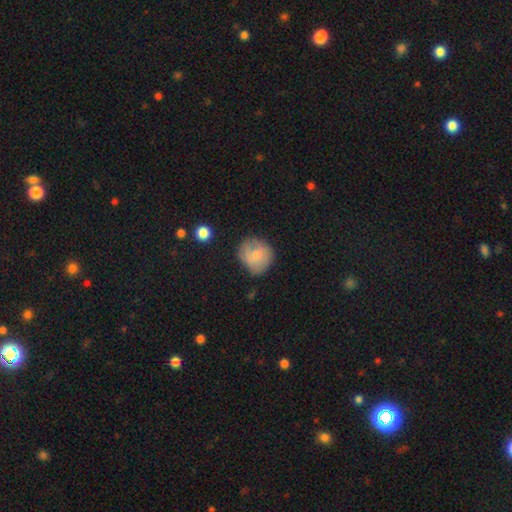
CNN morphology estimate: The model was most divided on "merging": none: 62%, minor disturbance: 28%, major disturbance: 8%, merger: 2%. More confident: how rounded — round (81%); smooth or featured — smooth (65%).